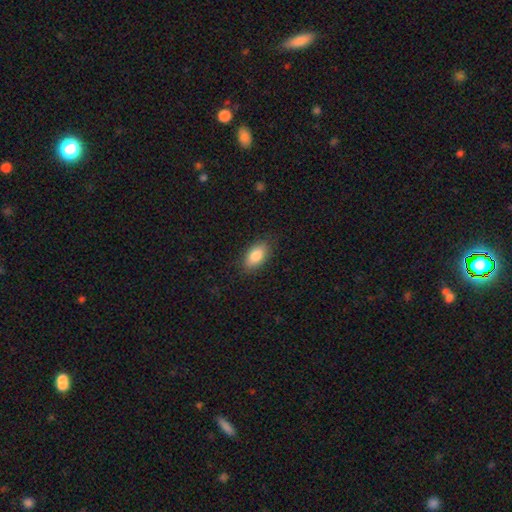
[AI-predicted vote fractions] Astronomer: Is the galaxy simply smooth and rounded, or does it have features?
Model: smooth — 84%.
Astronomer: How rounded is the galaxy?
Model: in between — 90%.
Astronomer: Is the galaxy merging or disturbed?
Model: none — 86%.